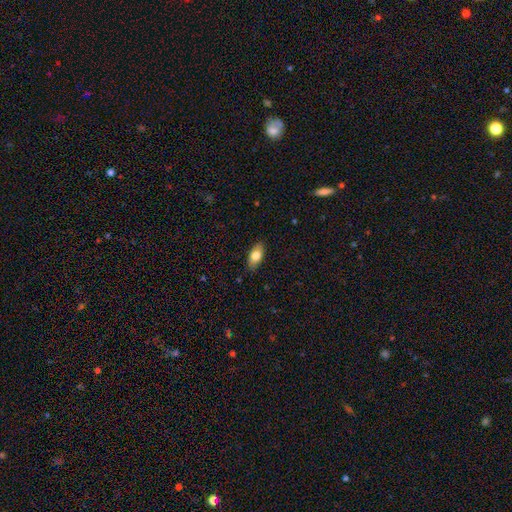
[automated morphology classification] smooth_or_featured: smooth (p=0.77) [alt: featured or disk p=0.16]
how_rounded: in between (p=0.87) [alt: cigar-shaped p=0.09]
merging: none (p=0.85) [alt: minor disturbance p=0.12]